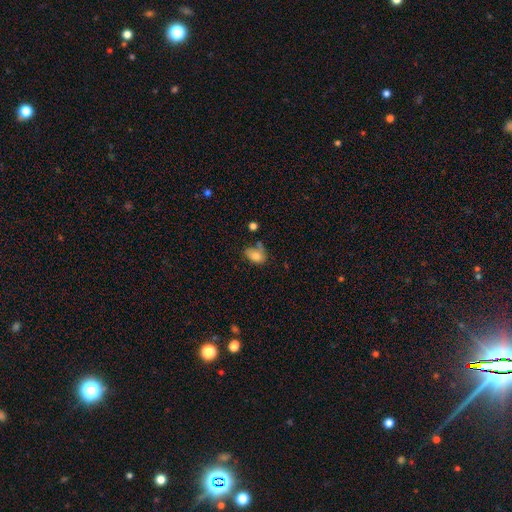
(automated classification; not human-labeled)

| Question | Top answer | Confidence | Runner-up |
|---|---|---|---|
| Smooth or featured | smooth | 76% | featured or disk (15%) |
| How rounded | in between | 80% | round (18%) |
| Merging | none | 43% | minor disturbance (31%) |